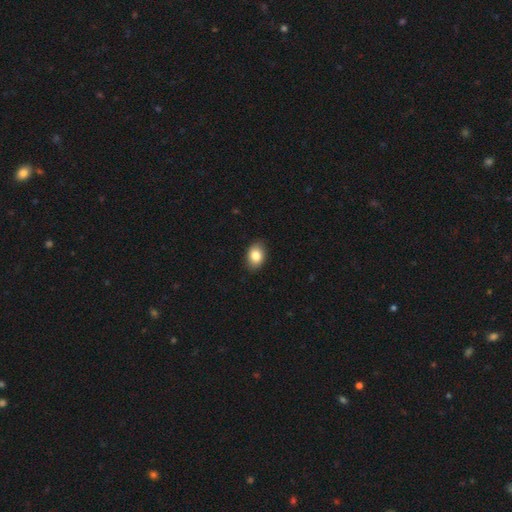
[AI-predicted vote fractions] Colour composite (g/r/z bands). It shows a smooth galaxy with no disk features (84%) that is in between round and cigar-shaped (80%). Merging: none (88%).